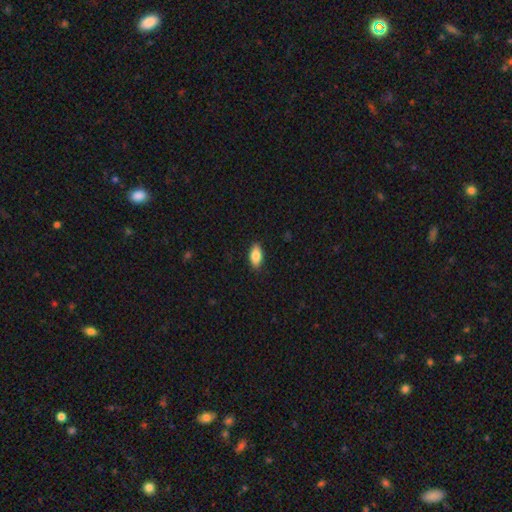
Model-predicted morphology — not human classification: smooth_or_featured: smooth (p=0.83) [alt: featured or disk p=0.10]
how_rounded: in between (p=0.90) [alt: cigar-shaped p=0.07]
merging: none (p=0.88) [alt: minor disturbance p=0.09]